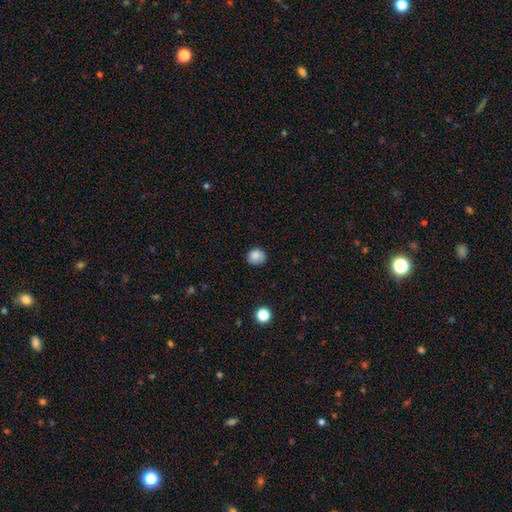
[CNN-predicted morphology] Smooth or featured: smooth — 84% (star or artifact — 10%)
How rounded: round — 75% (in between — 24%)
Merging: none — 78% (minor disturbance — 17%)